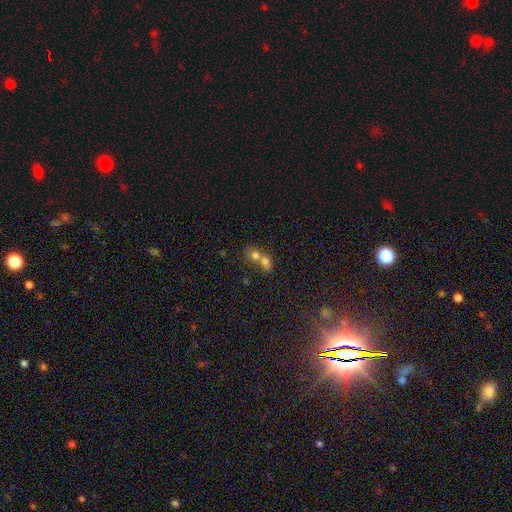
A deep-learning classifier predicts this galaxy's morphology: smooth_or_featured: smooth (p=0.72) [alt: featured or disk p=0.16]
how_rounded: round (p=0.63) [alt: in between p=0.36]
merging: merger (p=0.73) [alt: none p=0.19]